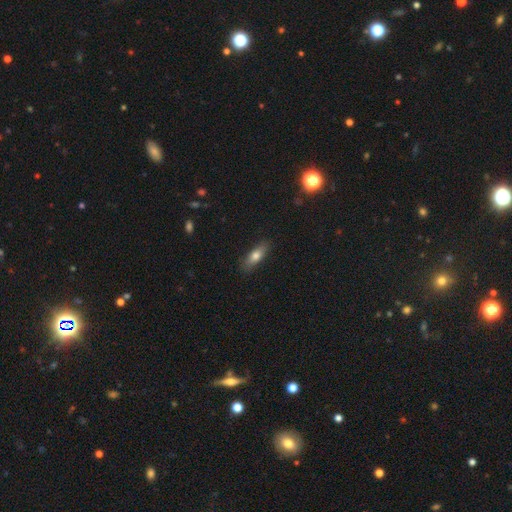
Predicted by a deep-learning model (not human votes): Overall: smooth (72%). How rounded: in between (55%; cigar-shaped 41%). Merging: none (85%).